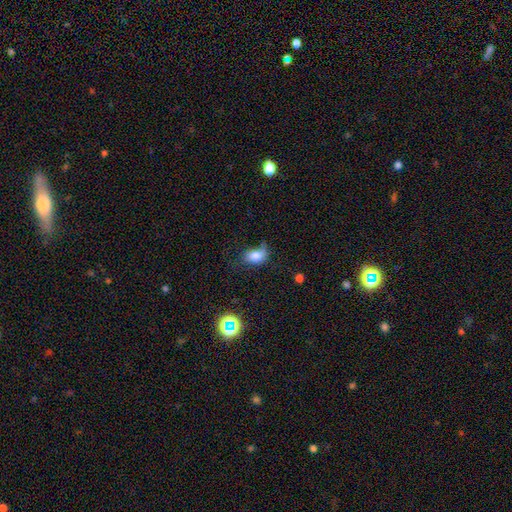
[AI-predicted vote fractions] smooth 78%, star or artifact 11%, featured or disk 11%. Down the decision tree: how rounded — in between (82%); merging — none (43%).